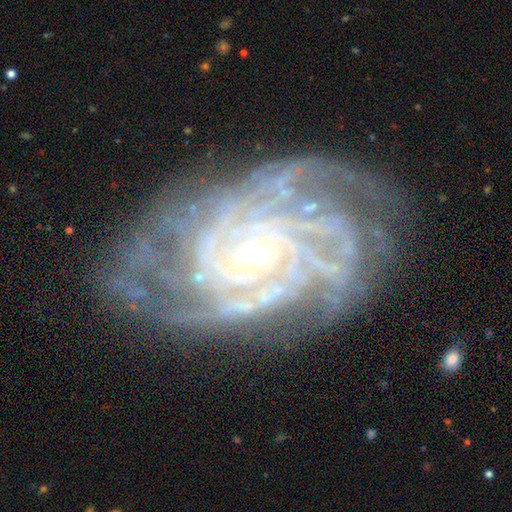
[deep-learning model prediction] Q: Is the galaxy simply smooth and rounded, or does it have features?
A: featured or disk — 90%.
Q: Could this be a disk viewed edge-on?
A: no — 96%.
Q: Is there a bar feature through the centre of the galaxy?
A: no — 66%.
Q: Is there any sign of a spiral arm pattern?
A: yes — 97%.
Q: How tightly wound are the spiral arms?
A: tight — 74%.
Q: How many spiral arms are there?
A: can't tell — 26%.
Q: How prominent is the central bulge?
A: small — 66%.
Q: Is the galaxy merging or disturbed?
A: none — 72%.